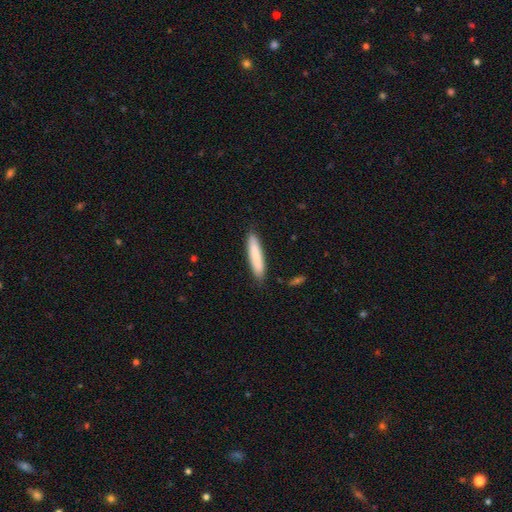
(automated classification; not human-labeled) The model was most divided on "smooth or featured": smooth: 82%, featured or disk: 12%, star or artifact: 6%. More confident: how rounded — cigar-shaped (88%); merging — none (88%).